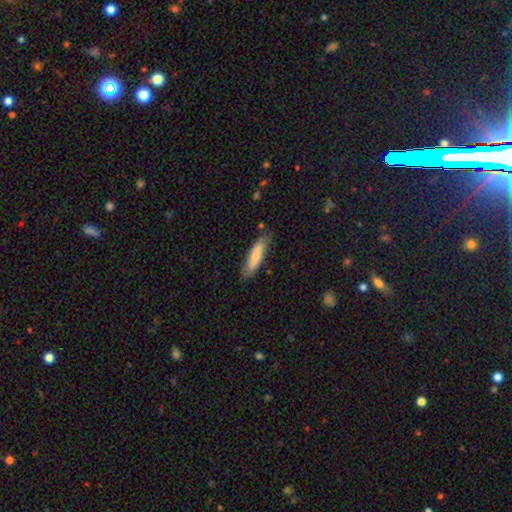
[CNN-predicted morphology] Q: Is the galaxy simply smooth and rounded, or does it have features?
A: smooth — 77%.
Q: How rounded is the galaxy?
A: cigar-shaped — 71%.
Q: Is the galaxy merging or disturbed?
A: none — 79%.